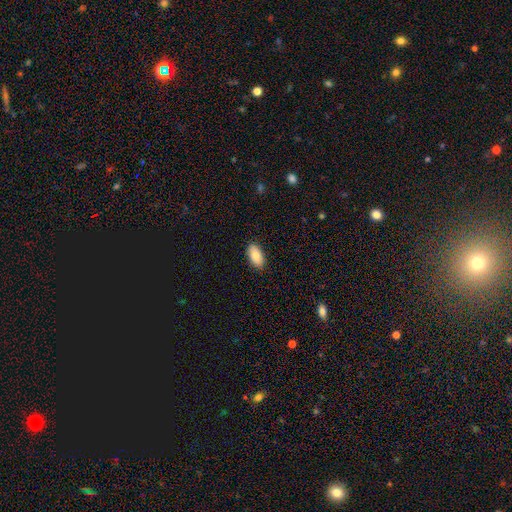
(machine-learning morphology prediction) Overall: smooth (85%). How rounded: in between (94%). Merging: none (88%).